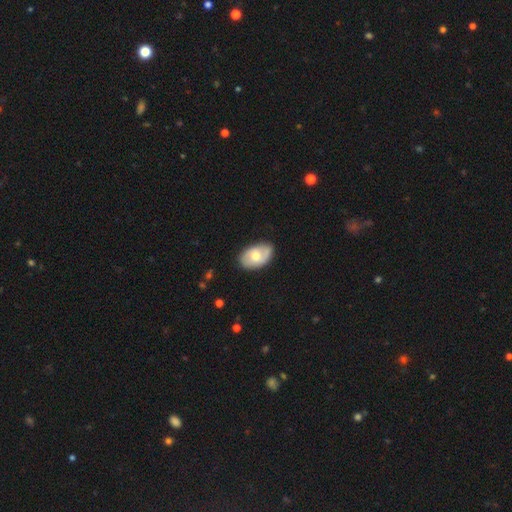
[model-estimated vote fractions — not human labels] Morphology: type=smooth (49%); merging=none (77%).